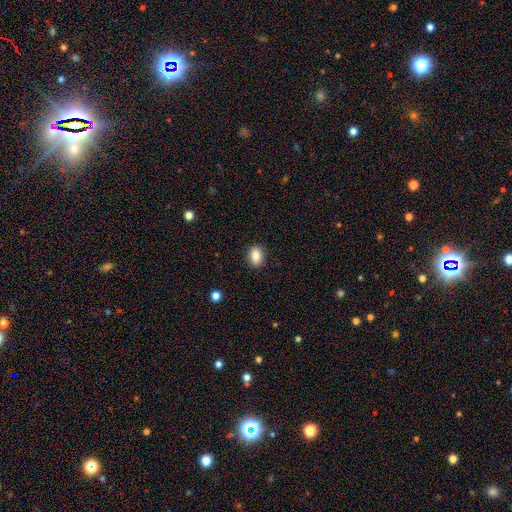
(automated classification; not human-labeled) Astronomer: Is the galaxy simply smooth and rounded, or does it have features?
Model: smooth — 86%.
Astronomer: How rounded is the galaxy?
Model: in between — 77%.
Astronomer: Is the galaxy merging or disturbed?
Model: none — 89%.